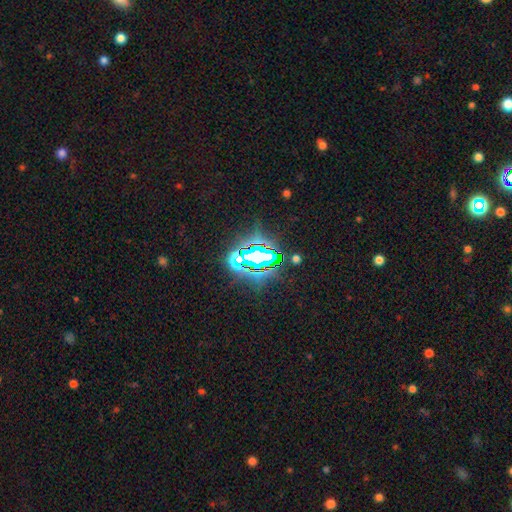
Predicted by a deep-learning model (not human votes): This is likely a star or artifact rather than a galaxy (76%).